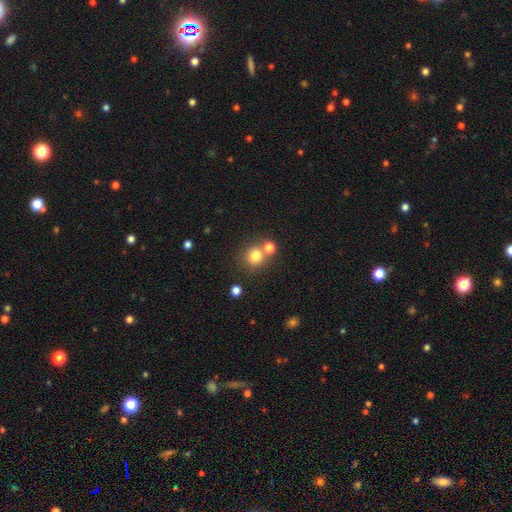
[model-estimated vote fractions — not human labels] This is likely a smooth galaxy (77%). How rounded: clearly round (89%). Merging: likely none (61%).